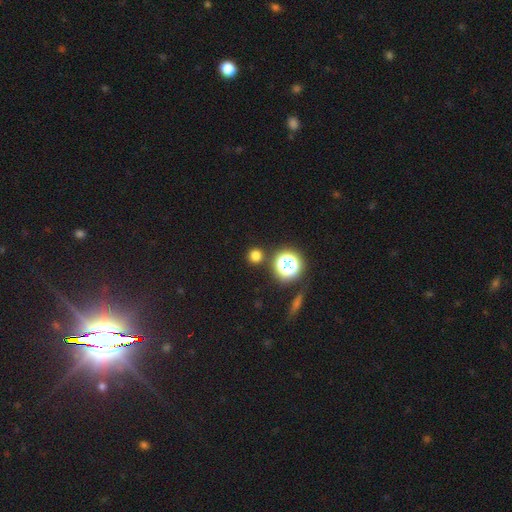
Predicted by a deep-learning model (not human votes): Smooth or featured?
  - smooth: 71% *
  - star or artifact: 24%
  - featured or disk: 5%
How rounded?
  - round: 93% *
  - in between: 6%
  - cigar-shaped: 1%
Merging?
  - none: 87% *
  - minor disturbance: 6%
  - merger: 4%
  - major disturbance: 3%